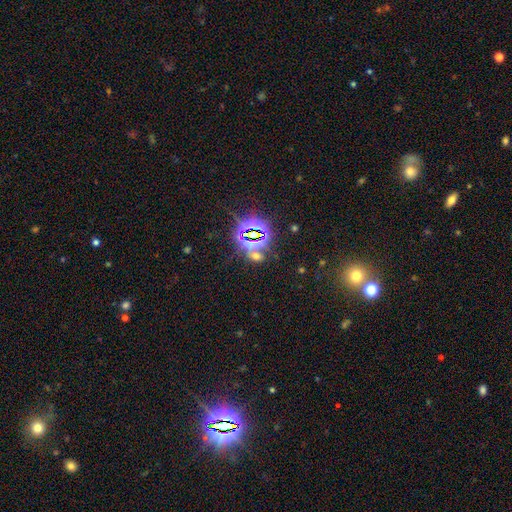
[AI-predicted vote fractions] This appears to be a star or artifact, not a galaxy (63%).